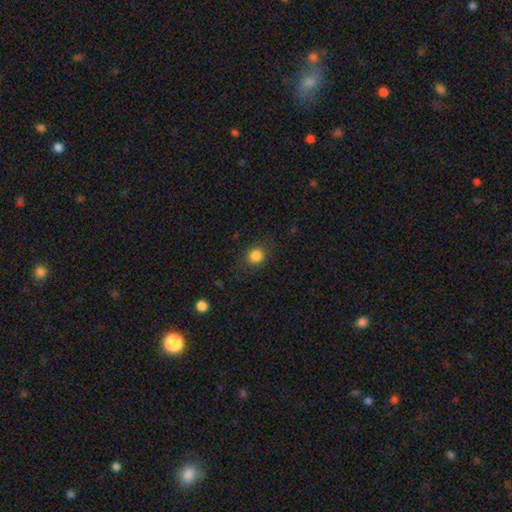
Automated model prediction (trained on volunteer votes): The model was most divided on "how rounded": round: 76%, in between: 23%, cigar-shaped: 1%. More confident: smooth or featured — smooth (84%); merging — none (83%).